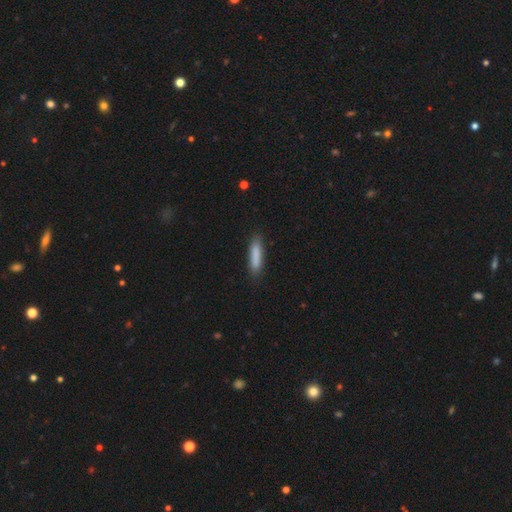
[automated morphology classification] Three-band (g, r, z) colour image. It shows a smooth galaxy with no disk features (85%) that is cigar-shaped (79%). Merging: none (83%).